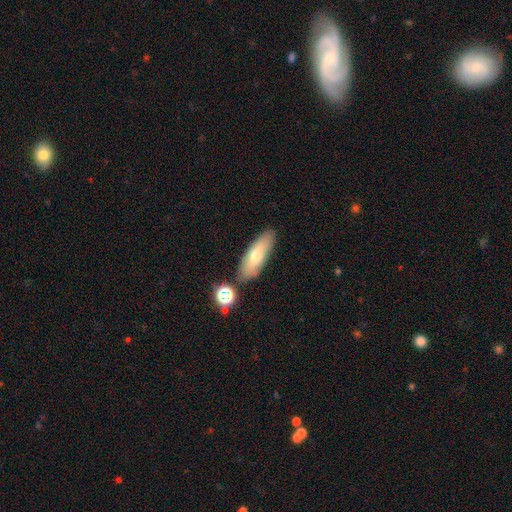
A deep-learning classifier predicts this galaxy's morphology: smooth_or_featured: smooth (p=0.64) [alt: featured or disk p=0.27]
how_rounded: in between (p=0.59) [alt: cigar-shaped p=0.39]
merging: none (p=0.81) [alt: minor disturbance p=0.11]